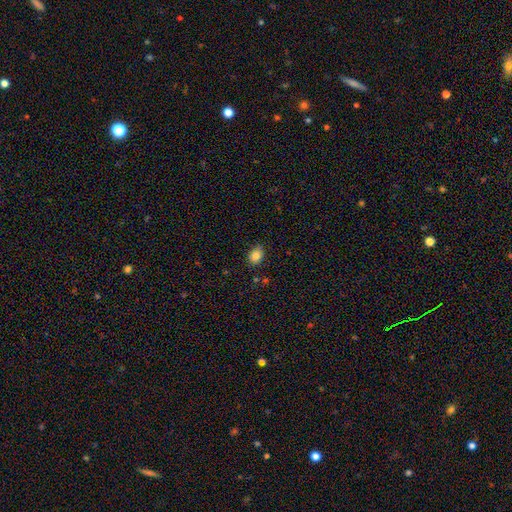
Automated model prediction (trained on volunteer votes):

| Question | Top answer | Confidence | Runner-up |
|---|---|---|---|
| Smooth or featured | smooth | 84% | star or artifact (9%) |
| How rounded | in between | 72% | round (27%) |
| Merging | none | 84% | minor disturbance (12%) |